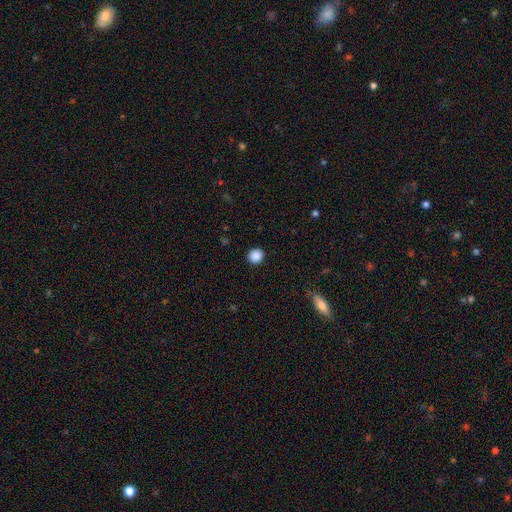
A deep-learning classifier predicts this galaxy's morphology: This is clearly a smooth galaxy (88%). How rounded: clearly round (92%). Merging: clearly none (92%).